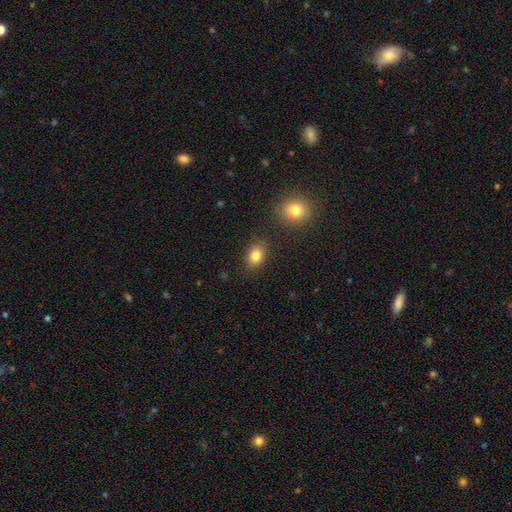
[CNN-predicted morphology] smooth_or_featured: smooth (p=0.83) [alt: star or artifact p=0.10]
how_rounded: in between (p=0.69) [alt: round p=0.29]
merging: none (p=0.84) [alt: minor disturbance p=0.10]